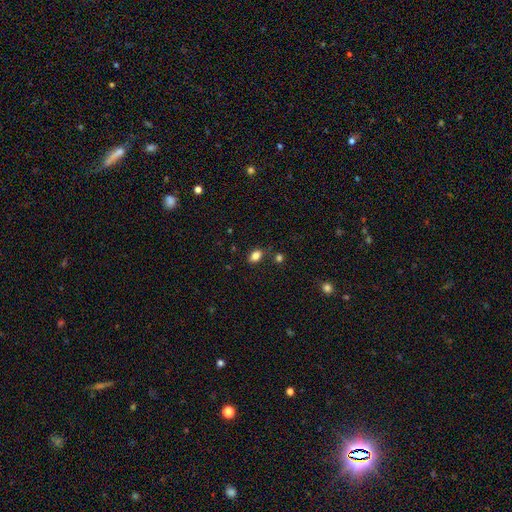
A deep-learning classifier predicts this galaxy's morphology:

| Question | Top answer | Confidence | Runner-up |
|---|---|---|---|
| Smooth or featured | smooth | 82% | star or artifact (11%) |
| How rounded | in between | 83% | round (15%) |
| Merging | none | 79% | minor disturbance (13%) |